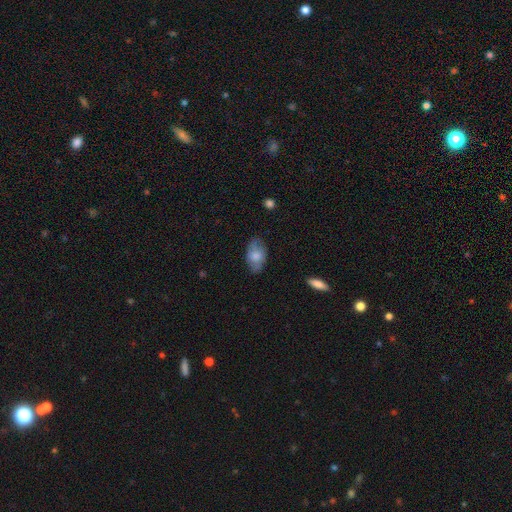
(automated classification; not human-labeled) smooth-or-featured: smooth: 70% | featured or disk: 23% | star or artifact: 7%
  how-rounded: in between: 91% | round: 7% | cigar-shaped: 2%
  merging: none: 72% | minor disturbance: 21% | major disturbance: 5% | merger: 1%